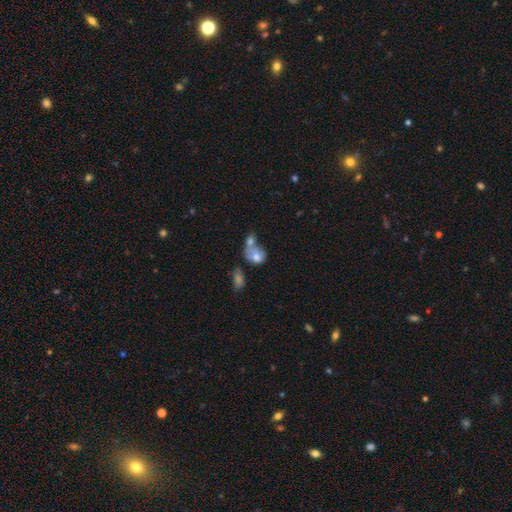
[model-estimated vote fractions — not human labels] smooth_or_featured: smooth (p=0.70) [alt: featured or disk p=0.21]
how_rounded: in between (p=0.62) [alt: round p=0.37]
merging: merger (p=0.57) [alt: none p=0.21]